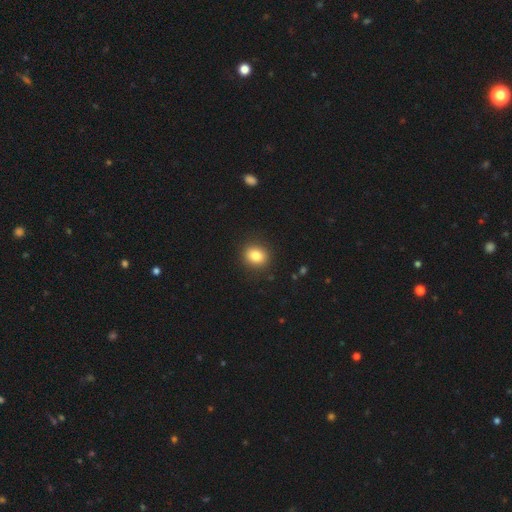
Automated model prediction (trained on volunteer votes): The model was most divided on "how rounded": round: 62%, in between: 37%, cigar-shaped: 1%. More confident: merging — none (89%); smooth or featured — smooth (84%).